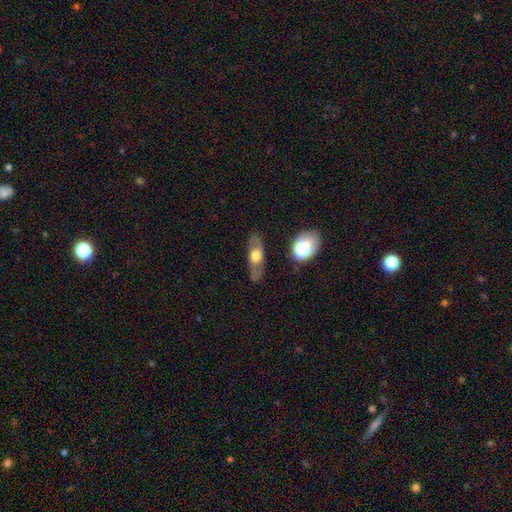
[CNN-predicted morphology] smooth_or_featured: featured or disk (p=0.51) [alt: smooth p=0.41]
disk_edge_on: no (p=0.57) [alt: yes p=0.43]
merging: none (p=0.81) [alt: minor disturbance p=0.13]